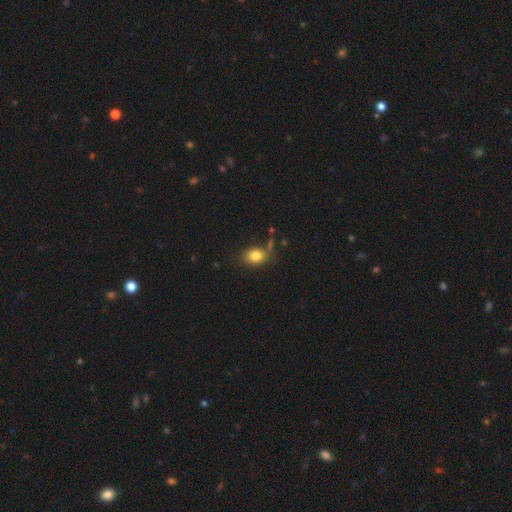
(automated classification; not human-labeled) Smooth or featured?
  - smooth: 82% *
  - star or artifact: 10%
  - featured or disk: 8%
How rounded?
  - in between: 60% *
  - round: 39%
  - cigar-shaped: 1%
Merging?
  - none: 68% *
  - minor disturbance: 19%
  - major disturbance: 7%
  - merger: 7%